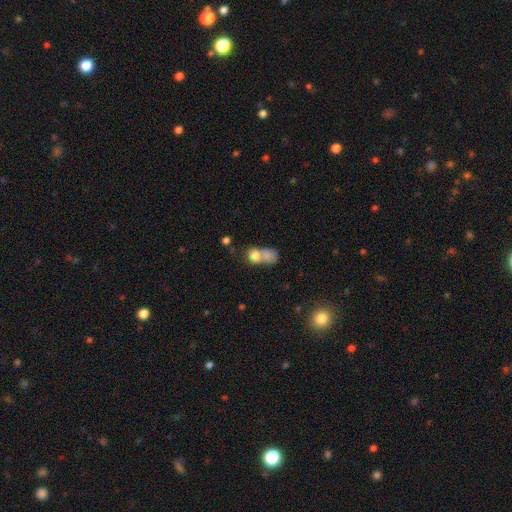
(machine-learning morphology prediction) A smooth galaxy with no disk features (76%) that is round (56%). Merging: merger (62%).